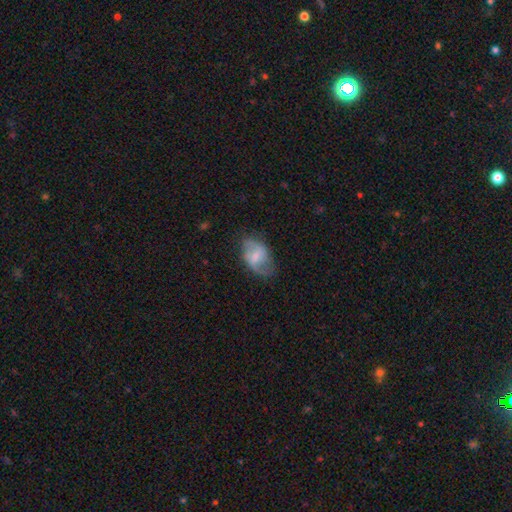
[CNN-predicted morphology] A featured or disk galaxy (52%) with a weak bar (51%), spiral arms (78%) and a moderate central bulge (32%). Merging: none (61%).